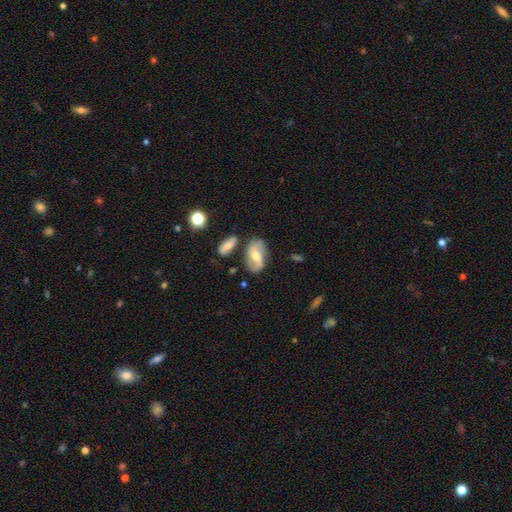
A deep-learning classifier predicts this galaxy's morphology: Overall: featured or disk (51%; smooth 42%). Edge-on disk: no (92%). Merging: none (66%).